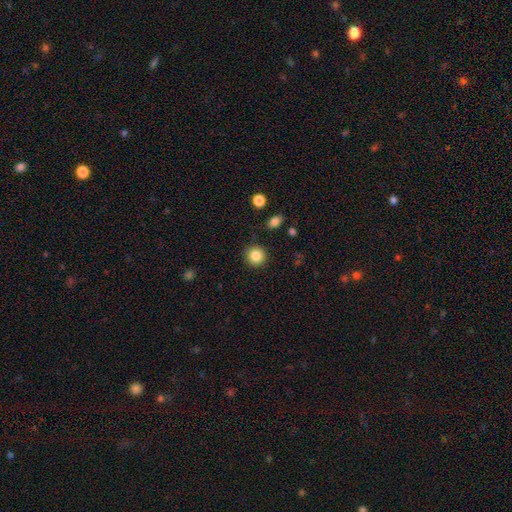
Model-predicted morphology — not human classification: Overall: smooth (84%). How rounded: round (93%). Merging: none (90%).